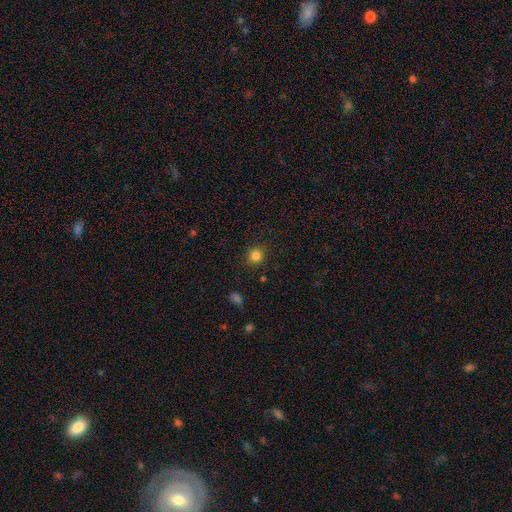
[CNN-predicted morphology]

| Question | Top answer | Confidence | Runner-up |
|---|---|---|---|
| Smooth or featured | smooth | 84% | star or artifact (12%) |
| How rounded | round | 88% | in between (12%) |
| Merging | none | 88% | minor disturbance (8%) |